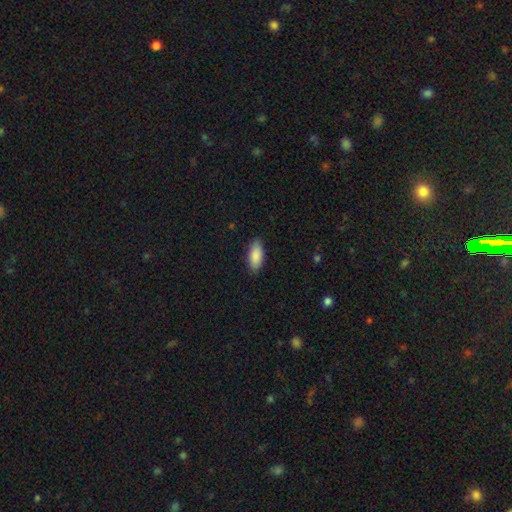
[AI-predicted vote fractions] Smooth or featured?
  - smooth: 88% *
  - featured or disk: 6%
  - star or artifact: 6%
How rounded?
  - in between: 86% *
  - cigar-shaped: 12%
  - round: 2%
Merging?
  - none: 87% *
  - minor disturbance: 10%
  - major disturbance: 2%
  - merger: 1%